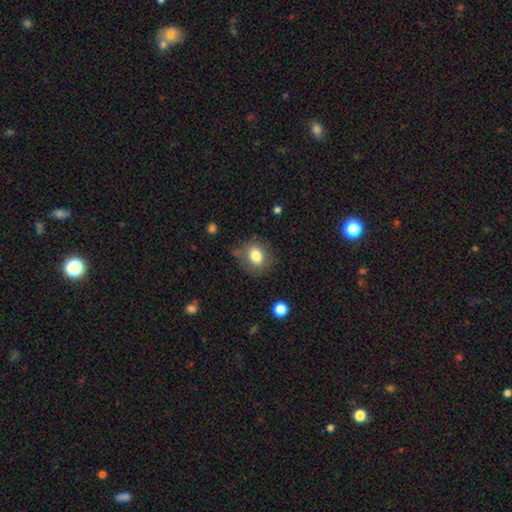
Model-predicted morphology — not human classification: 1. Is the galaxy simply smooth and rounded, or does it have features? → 80% smooth, 11% featured or disk, 10% star or artifact.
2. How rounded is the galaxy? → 57% round, 42% in between, 1% cigar-shaped.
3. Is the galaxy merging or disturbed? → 68% none, 21% minor disturbance, 8% major disturbance, 3% merger.